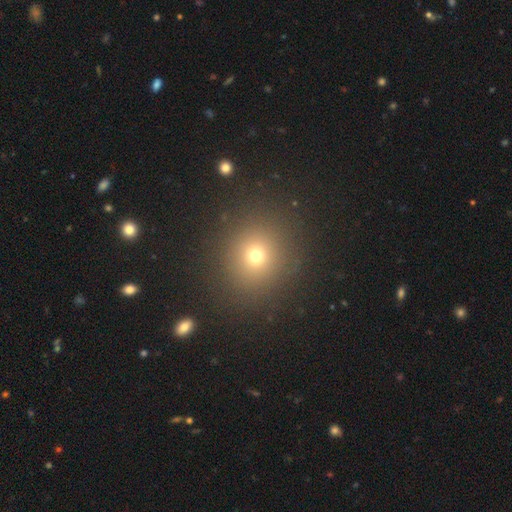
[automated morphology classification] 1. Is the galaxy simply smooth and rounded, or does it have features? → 70% smooth, 21% star or artifact, 9% featured or disk.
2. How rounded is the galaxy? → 84% round, 15% in between, 1% cigar-shaped.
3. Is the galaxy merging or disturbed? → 88% none, 7% minor disturbance, 3% major disturbance, 2% merger.